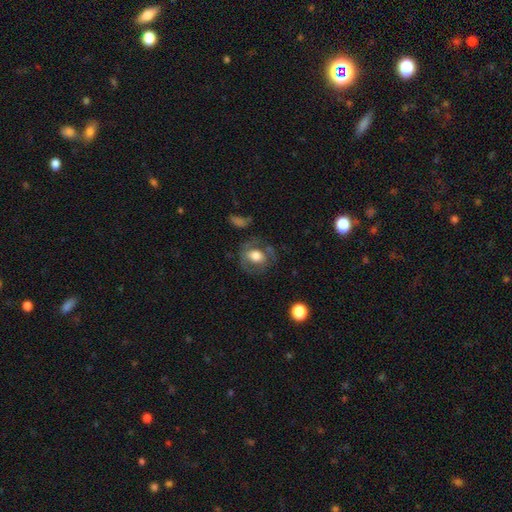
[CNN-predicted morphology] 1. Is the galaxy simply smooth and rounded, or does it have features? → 48% smooth, 44% featured or disk, 8% star or artifact.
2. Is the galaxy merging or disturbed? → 64% none, 19% minor disturbance, 14% major disturbance, 3% merger.